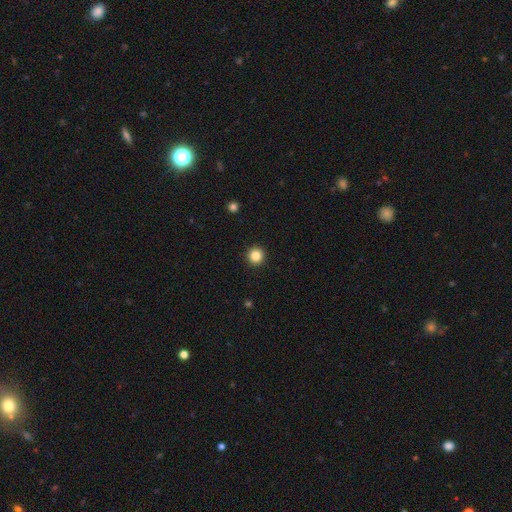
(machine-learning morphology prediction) type=smooth (84%); roundness=round (96%); merging=none (94%).